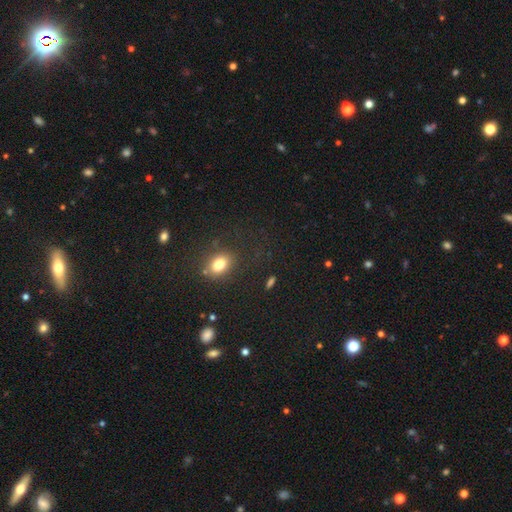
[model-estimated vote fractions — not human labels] Overall: smooth (56%; star or artifact 35%). How rounded: round (68%; in between 30%). Merging: none (80%).